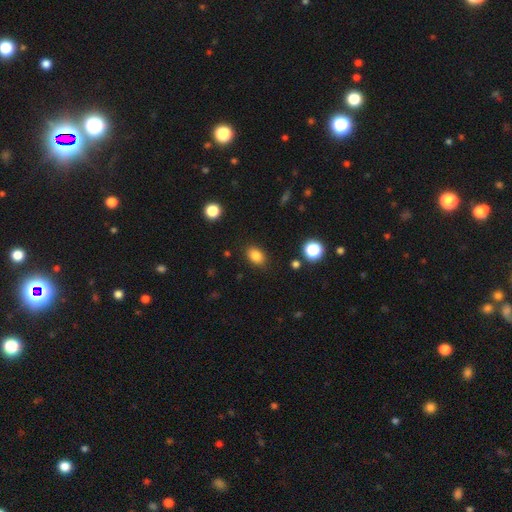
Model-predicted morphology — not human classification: Smooth or featured? Predicted: smooth (p=0.84). How rounded? Predicted: in between (p=0.77). Merging? Predicted: none (p=0.86).